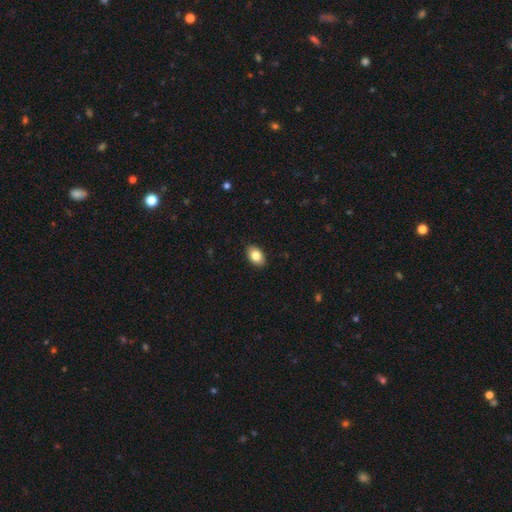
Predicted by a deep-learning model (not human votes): The model was most divided on "smooth or featured": smooth: 84%, featured or disk: 9%, star or artifact: 8%. More confident: merging — none (89%); how rounded — in between (88%).